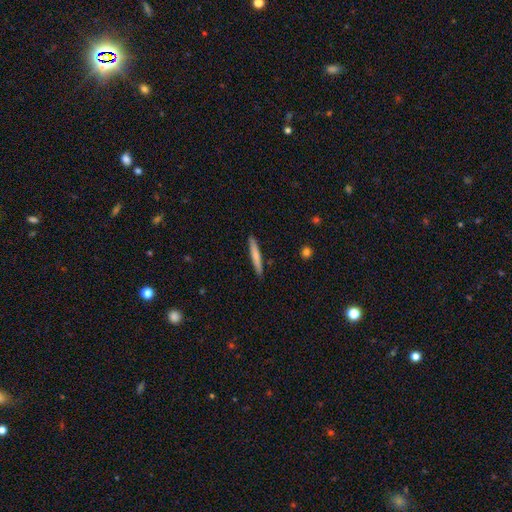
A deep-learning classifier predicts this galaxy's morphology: Smooth or featured?
  - smooth: 70% *
  - featured or disk: 25%
  - star or artifact: 5%
How rounded?
  - cigar-shaped: 96% *
  - in between: 3%
  - round: 1%
Merging?
  - none: 90% *
  - minor disturbance: 7%
  - major disturbance: 1%
  - merger: 1%